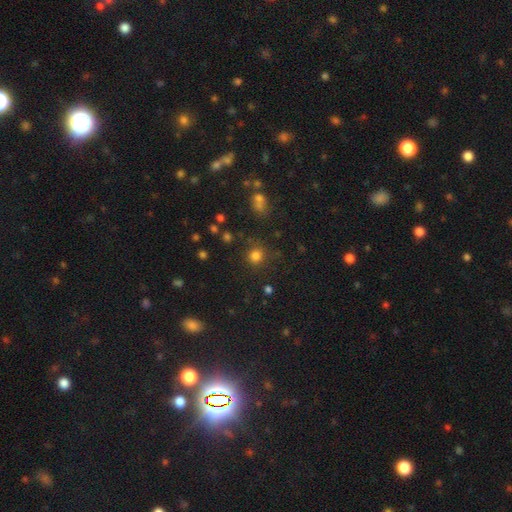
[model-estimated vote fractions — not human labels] A smooth galaxy with no disk features (79%) that is round (91%).

Vote fractions:
- Smooth or featured? smooth: 79% / star or artifact: 16% / featured or disk: 5%
- How rounded? round: 91% / in between: 8% / cigar-shaped: 1%
- Merging? none: 82% / minor disturbance: 10% / major disturbance: 4% / merger: 4%